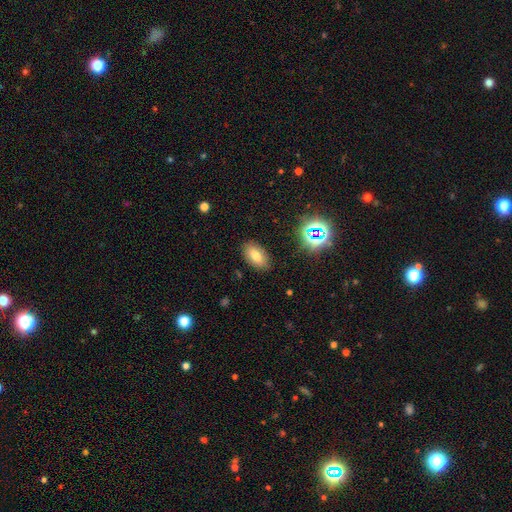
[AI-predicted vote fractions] A smooth galaxy with no disk features (70%) that is in between round and cigar-shaped (91%).

Vote fractions:
- Smooth or featured? smooth: 70% / featured or disk: 16% / star or artifact: 14%
- How rounded? in between: 91% / round: 7% / cigar-shaped: 3%
- Merging? none: 86% / minor disturbance: 9% / major disturbance: 3% / merger: 2%